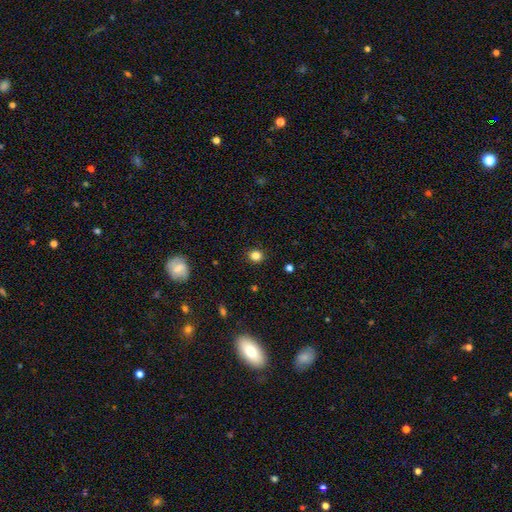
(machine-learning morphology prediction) Smooth or featured? Predicted: smooth (p=0.83). How rounded? Predicted: round (p=0.83). Merging? Predicted: none (p=0.90).